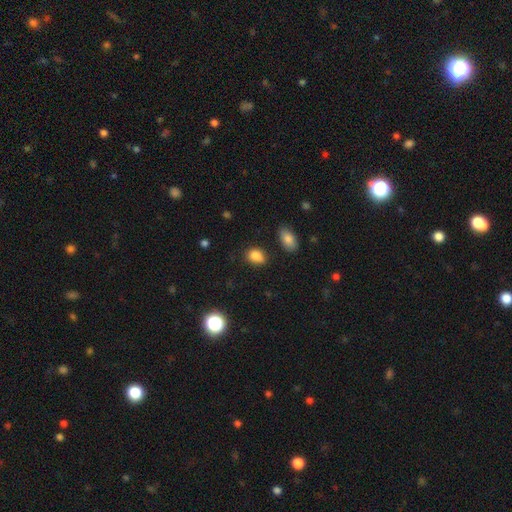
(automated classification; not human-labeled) Smooth or featured? Predicted: smooth (p=0.85). How rounded? Predicted: in between (p=0.69). Merging? Predicted: none (p=0.79).